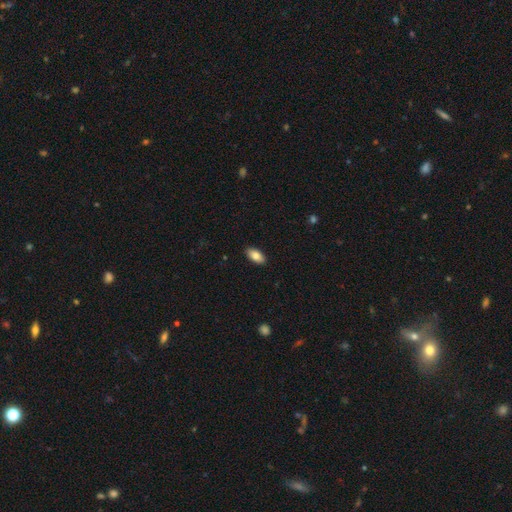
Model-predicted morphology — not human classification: Smooth or featured?
  - smooth: 82% *
  - featured or disk: 12%
  - star or artifact: 7%
How rounded?
  - in between: 93% *
  - cigar-shaped: 4%
  - round: 3%
Merging?
  - none: 90% *
  - minor disturbance: 7%
  - major disturbance: 2%
  - merger: 1%